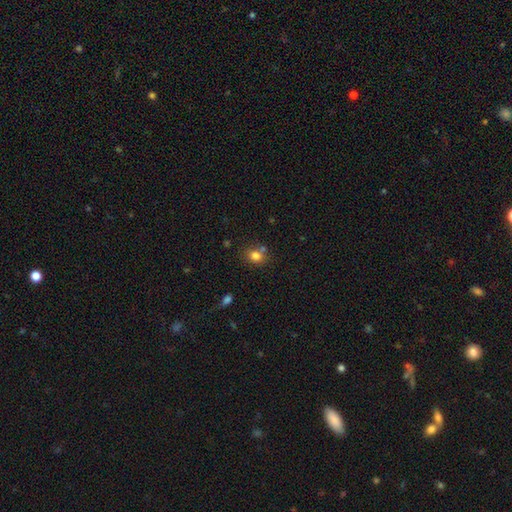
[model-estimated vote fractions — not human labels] Smooth or featured? Predicted: smooth (p=0.80). How rounded? Predicted: round (p=0.62). Merging? Predicted: none (p=0.63).